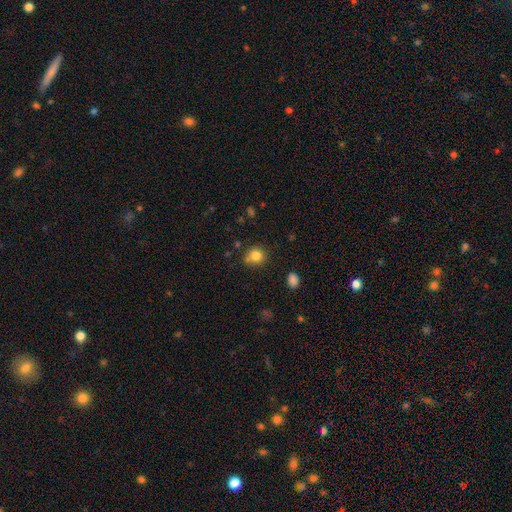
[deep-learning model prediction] This appears to be a smooth galaxy with no disk features (82%) that is round (84%). Merging: none (69%).